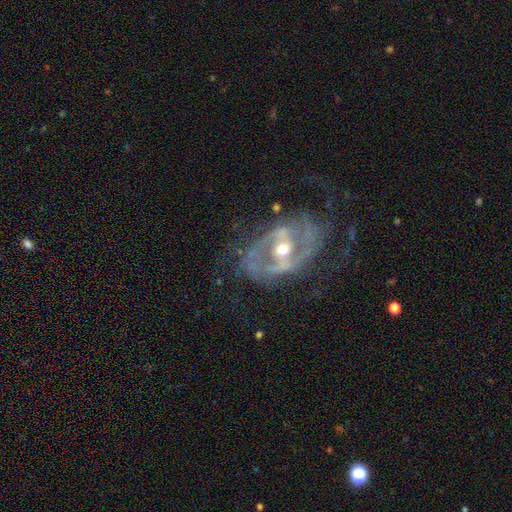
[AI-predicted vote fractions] A featured or disk galaxy (88%) with a strong bar (48%), 2 (60%) medium (42%) spiral arms (83%) and a moderate central bulge (67%).

Vote fractions:
- Smooth or featured? featured or disk: 88% / smooth: 6% / star or artifact: 6%
- Edge-on disk? no: 95% / yes: 5%
- Bar? strong: 48% / weak: 32% / no: 20%
- Spiral arms? yes: 83% / no: 17%
- Spiral winding? medium: 42% / tight: 36% / loose: 22%
- Spiral arm count? 2: 60% / can't tell: 20% / 3: 9% / 1: 5% / 4: 3% / more than 4: 3%
- Bulge size? moderate: 67% / small: 26% / large: 4% / none: 1% / dominant: 1%
- Merging? none: 60% / minor disturbance: 19% / major disturbance: 19% / merger: 2%